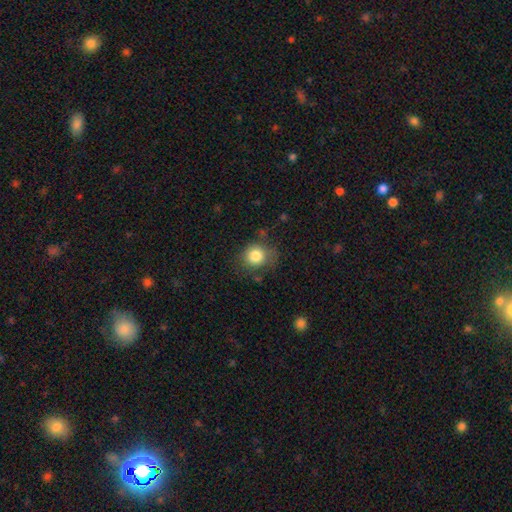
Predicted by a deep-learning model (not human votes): Smooth or featured? Predicted: smooth (p=0.82). How rounded? Predicted: round (p=0.80). Merging? Predicted: none (p=0.68).